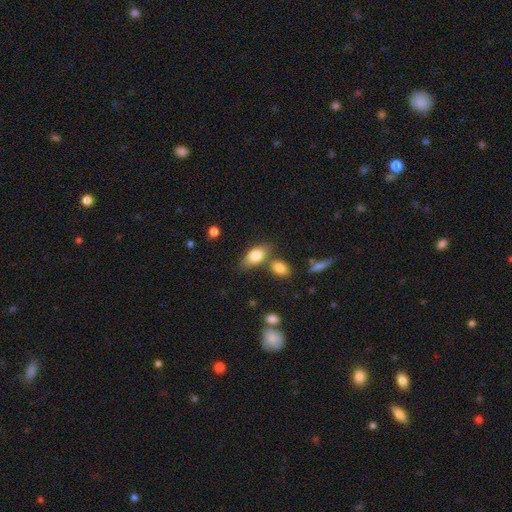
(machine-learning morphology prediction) A smooth galaxy with no disk features (81%) that is in between round and cigar-shaped (89%).

Vote fractions:
- Smooth or featured? smooth: 81% / featured or disk: 12% / star or artifact: 7%
- How rounded? in between: 89% / round: 6% / cigar-shaped: 5%
- Merging? none: 62% / merger: 21% / minor disturbance: 14% / major disturbance: 4%